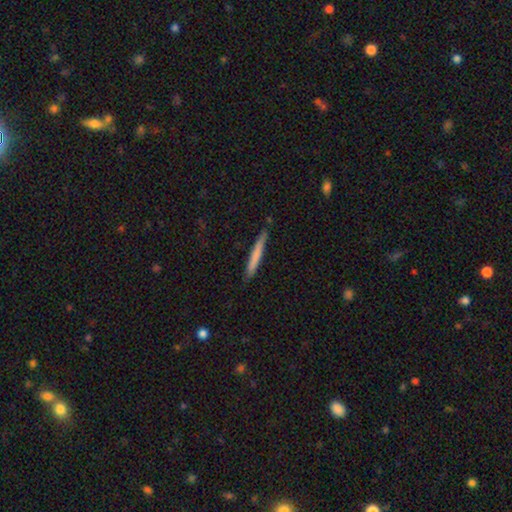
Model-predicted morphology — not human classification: Overall: smooth (69%). How rounded: cigar-shaped (96%). Merging: none (85%).